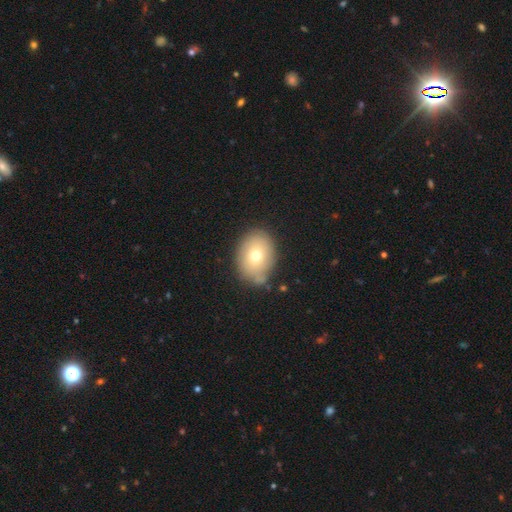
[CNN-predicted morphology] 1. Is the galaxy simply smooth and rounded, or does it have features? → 70% smooth, 19% featured or disk, 11% star or artifact.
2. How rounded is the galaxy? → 56% in between, 43% round, 1% cigar-shaped.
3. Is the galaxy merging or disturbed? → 75% none, 17% minor disturbance, 4% major disturbance, 4% merger.